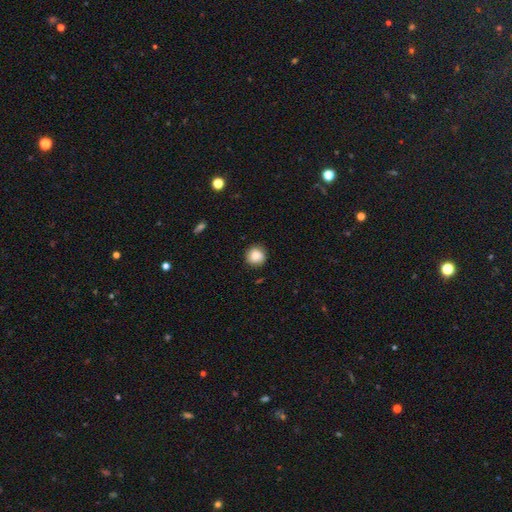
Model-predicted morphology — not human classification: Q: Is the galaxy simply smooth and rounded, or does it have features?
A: smooth — 85%.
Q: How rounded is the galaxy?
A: round — 92%.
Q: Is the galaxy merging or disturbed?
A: none — 87%.